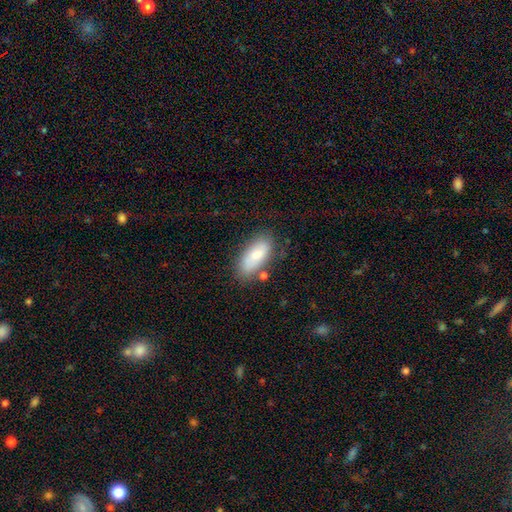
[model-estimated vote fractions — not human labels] Smooth or featured? Predicted: smooth (p=0.76). How rounded? Predicted: in between (p=0.86). Merging? Predicted: none (p=0.71).